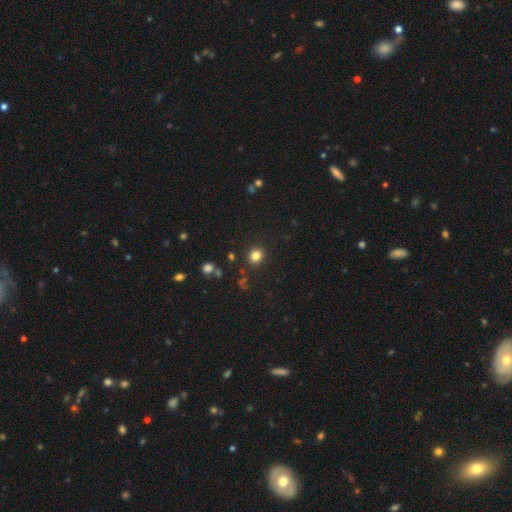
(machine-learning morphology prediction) Overall: smooth (82%). How rounded: round (85%). Merging: none (89%).